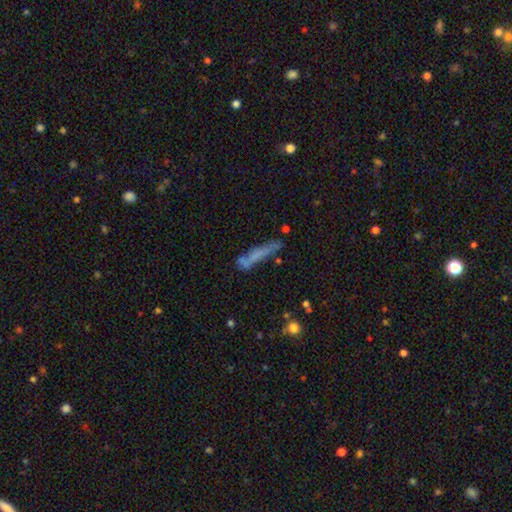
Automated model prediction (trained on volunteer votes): The model was most divided on "smooth or featured": smooth: 55%, featured or disk: 34%, star or artifact: 11%. More confident: how rounded — cigar-shaped (92%); merging — none (65%).